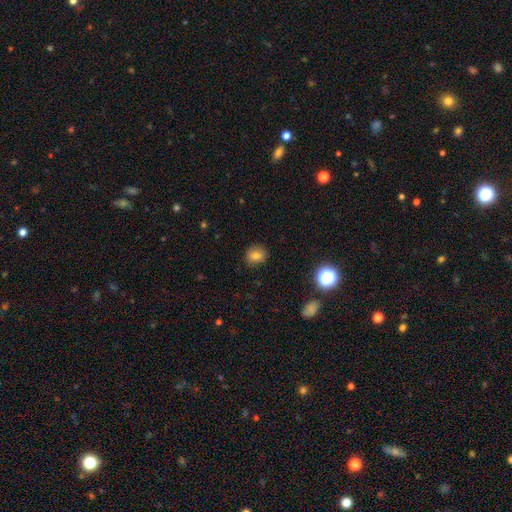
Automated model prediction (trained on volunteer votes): A smooth galaxy with no disk features (76%) that is round (77%). Merging: none (87%).